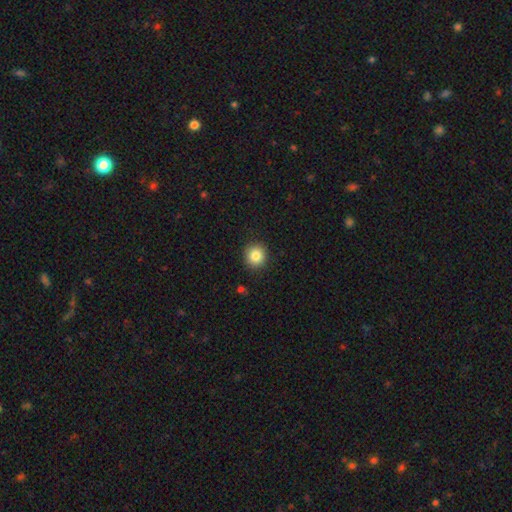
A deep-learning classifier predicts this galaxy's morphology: Smooth or featured? Predicted: smooth (p=0.84). How rounded? Predicted: round (p=0.92). Merging? Predicted: none (p=0.91).